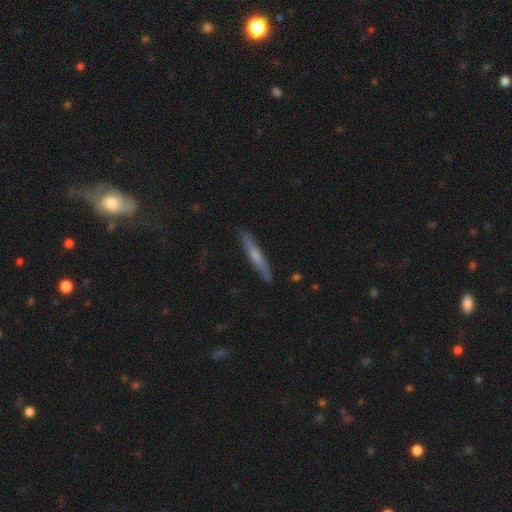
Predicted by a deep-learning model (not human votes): Morphology: type=featured or disk (50%); merging=none (88%).